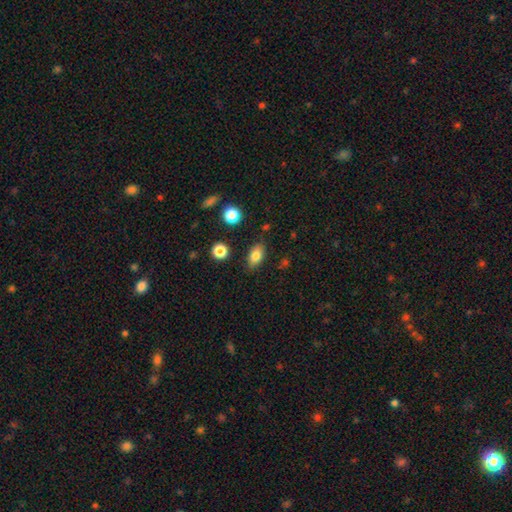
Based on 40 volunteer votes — Smooth or featured? 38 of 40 (95%) said smooth. How rounded? 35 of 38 (92%) said in between. Merging? 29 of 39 (74%) said none.